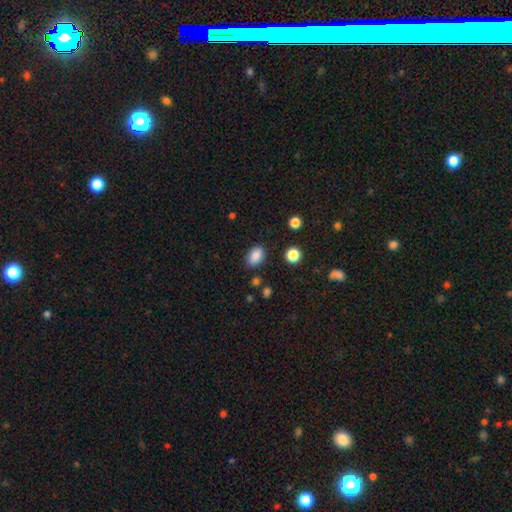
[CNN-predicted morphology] smooth-or-featured: smooth: 87% | star or artifact: 9% | featured or disk: 4%
  how-rounded: in between: 84% | round: 15% | cigar-shaped: 1%
  merging: none: 85% | minor disturbance: 10% | major disturbance: 3% | merger: 2%